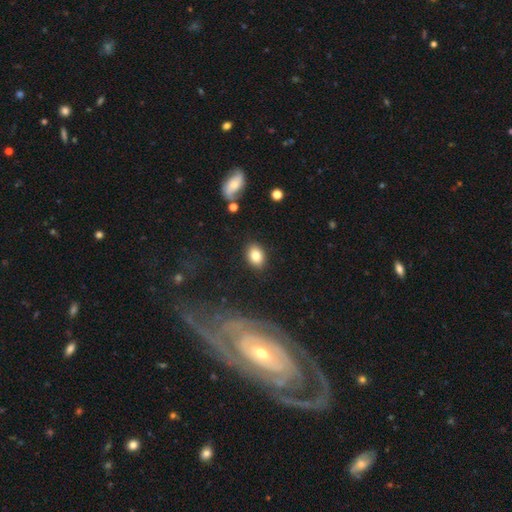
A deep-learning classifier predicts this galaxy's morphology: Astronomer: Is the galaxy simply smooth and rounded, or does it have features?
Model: smooth — 82%.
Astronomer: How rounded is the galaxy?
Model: in between — 71%.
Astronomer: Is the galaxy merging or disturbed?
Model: none — 87%.